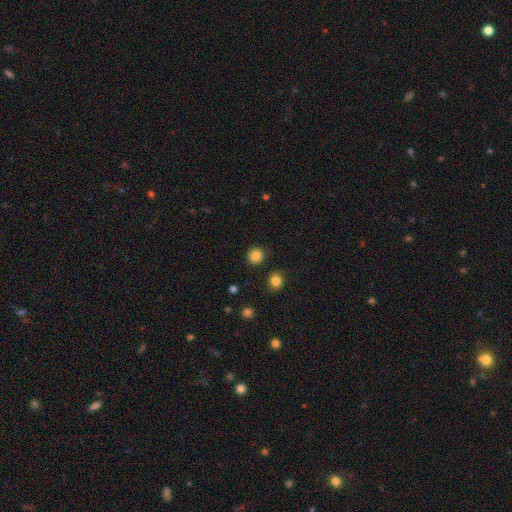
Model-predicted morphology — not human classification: Smooth or featured? Predicted: smooth (p=0.85). How rounded? Predicted: round (p=0.89). Merging? Predicted: none (p=0.90).